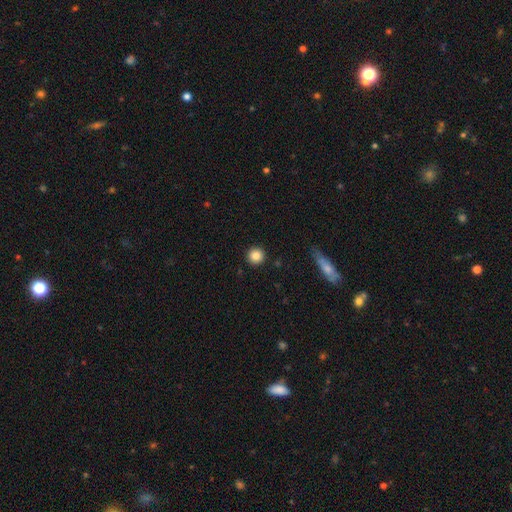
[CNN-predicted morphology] A smooth galaxy with no disk features (85%) that is round (95%). Merging: none (92%).